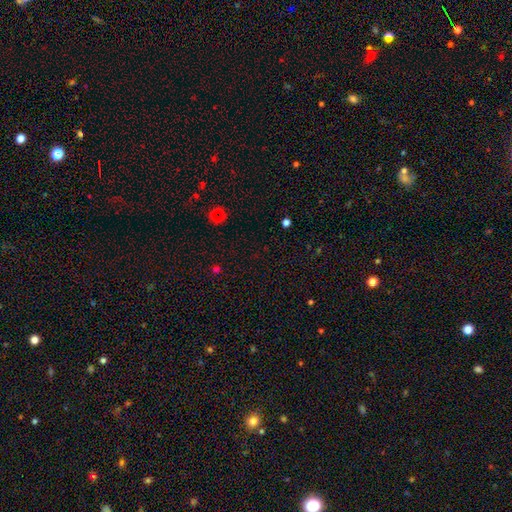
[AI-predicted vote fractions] Smooth or featured? star or artifact (60%)